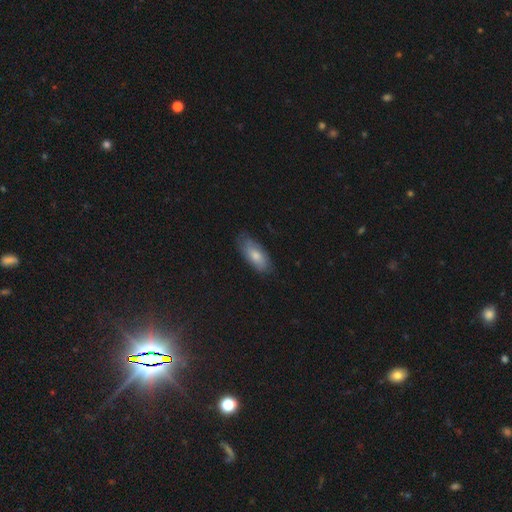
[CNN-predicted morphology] smooth 76%, featured or disk 18%, star or artifact 6%. Down the decision tree: how rounded — in between (84%); merging — none (74%).